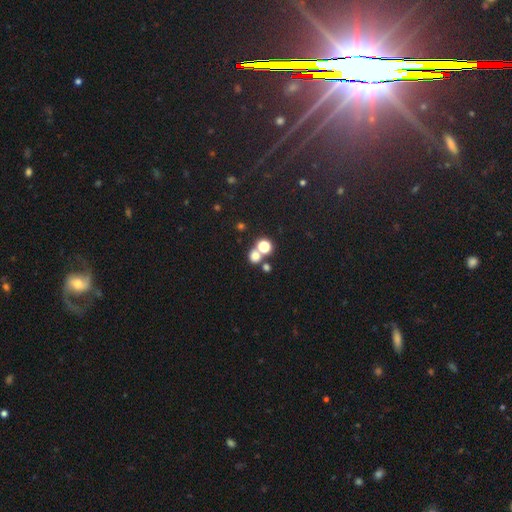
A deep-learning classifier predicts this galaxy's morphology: Smooth or featured?
  - smooth: 68% *
  - star or artifact: 23%
  - featured or disk: 9%
How rounded?
  - round: 81% *
  - in between: 18%
  - cigar-shaped: 1%
Merging?
  - none: 53% *
  - merger: 37%
  - minor disturbance: 7%
  - major disturbance: 4%